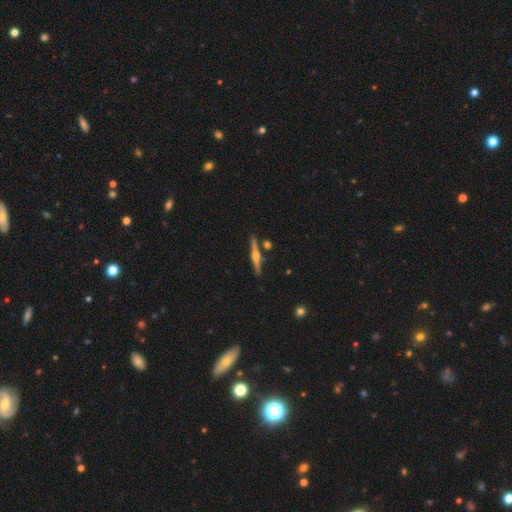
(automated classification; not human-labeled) Smooth or featured? featured or disk (75%)
Edge-on disk? yes (98%)
Edge-on bulge? rounded (89%)
Merging? none (85%)